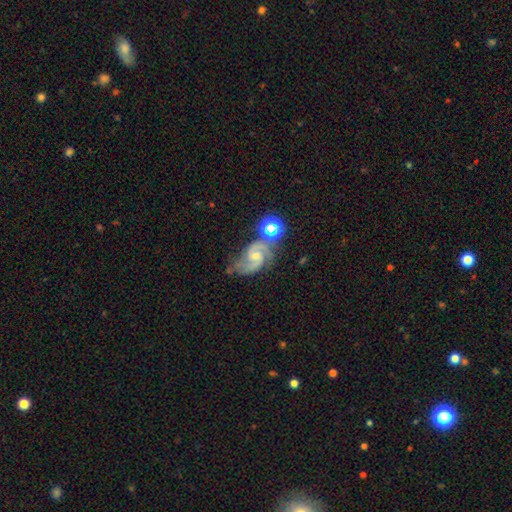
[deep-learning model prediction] Smooth or featured?
  - featured or disk: 85% *
  - star or artifact: 9%
  - smooth: 6%
Edge-on disk?
  - no: 98% *
  - yes: 2%
Bar?
  - weak: 46% *
  - no: 43%
  - strong: 10%
Spiral arms?
  - yes: 98% *
  - no: 2%
Spiral winding?
  - medium: 60% *
  - loose: 20%
  - tight: 20%
Spiral arm count?
  - 2: 91% *
  - can't tell: 3%
  - 3: 3%
  - 1: 2%
  - 4: 1%
  - more than 4: 1%
Bulge size?
  - small: 53% *
  - moderate: 39%
  - none: 5%
  - large: 2%
  - dominant: 1%
Merging?
  - none: 52% *
  - minor disturbance: 26%
  - major disturbance: 12%
  - merger: 11%